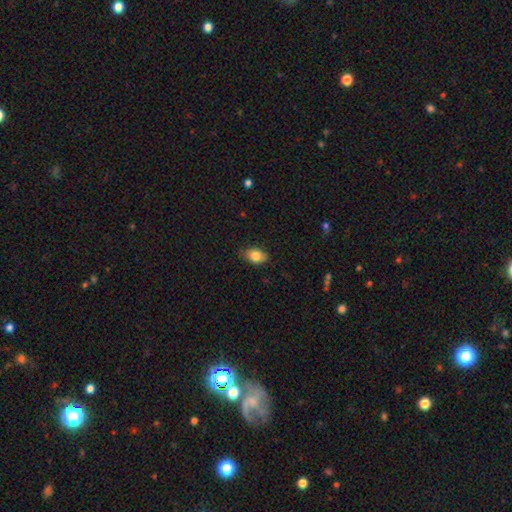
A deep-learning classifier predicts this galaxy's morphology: type=smooth (82%); roundness=in between (84%); merging=none (80%).